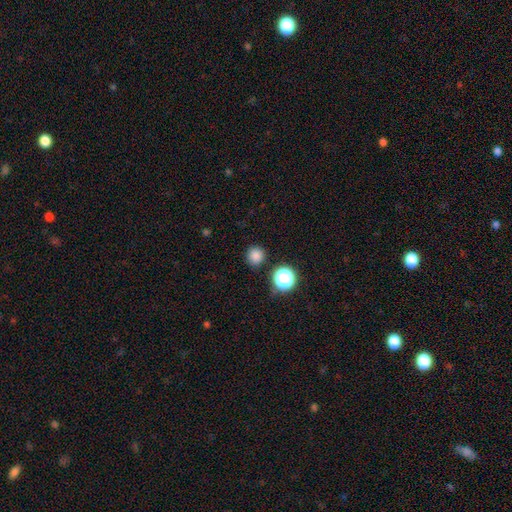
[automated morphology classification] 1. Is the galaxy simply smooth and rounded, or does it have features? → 81% smooth, 15% star or artifact, 4% featured or disk.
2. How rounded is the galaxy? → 92% round, 7% in between, 1% cigar-shaped.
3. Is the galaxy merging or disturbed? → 88% none, 7% minor disturbance, 3% merger, 2% major disturbance.